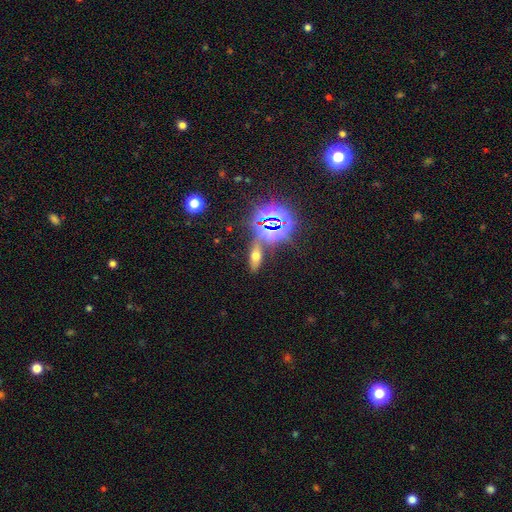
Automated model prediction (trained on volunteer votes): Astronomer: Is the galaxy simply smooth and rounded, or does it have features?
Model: smooth — 42% (runner-up: star or artifact, 38%).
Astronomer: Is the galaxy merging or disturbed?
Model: none — 72%.